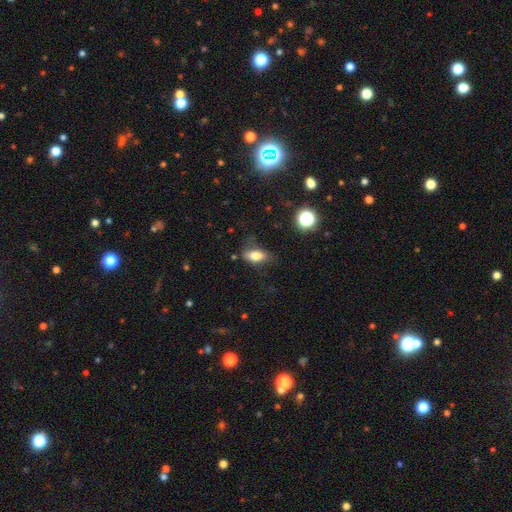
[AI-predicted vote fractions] A smooth galaxy with no disk features (76%) that is in between round and cigar-shaped (82%).

Vote fractions:
- Smooth or featured? smooth: 76% / featured or disk: 14% / star or artifact: 10%
- How rounded? in between: 82% / cigar-shaped: 11% / round: 7%
- Merging? none: 66% / minor disturbance: 23% / major disturbance: 9% / merger: 2%